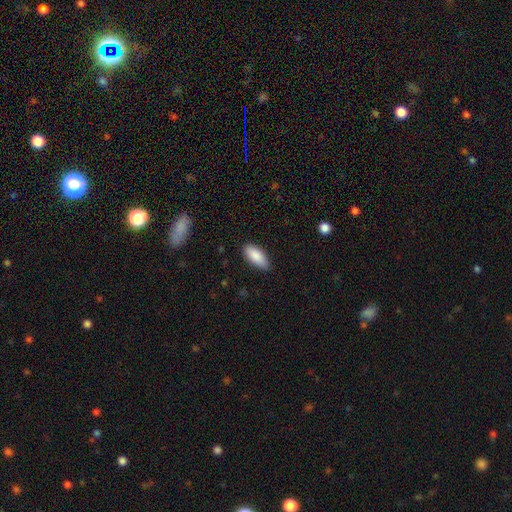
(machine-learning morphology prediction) This is clearly a smooth galaxy (88%). How rounded: clearly in between (84%). Merging: clearly none (84%).